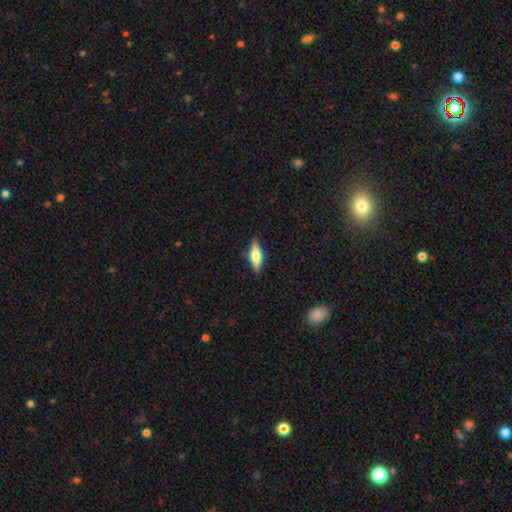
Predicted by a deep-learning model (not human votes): smooth-or-featured: smooth: 49% | featured or disk: 44% | star or artifact: 6%
  merging: none: 87% | minor disturbance: 10% | major disturbance: 2% | merger: 1%